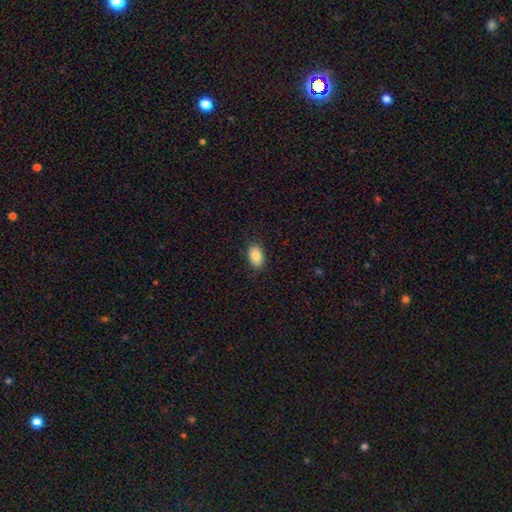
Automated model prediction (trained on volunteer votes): Overall: smooth (84%). How rounded: in between (87%). Merging: none (84%).